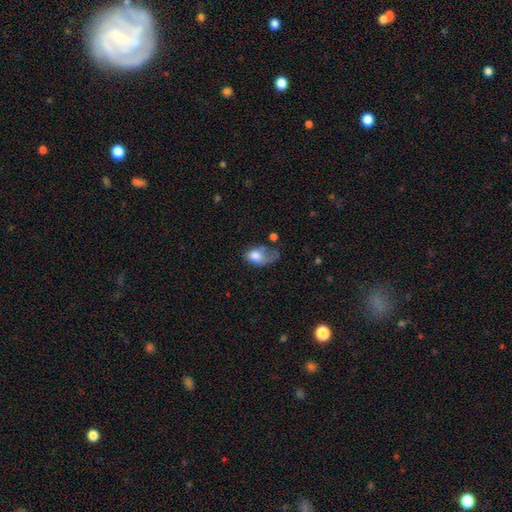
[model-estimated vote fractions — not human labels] The model was most divided on "merging": major disturbance: 51%, minor disturbance: 22%, none: 19%, merger: 9%. More confident: how rounded — in between (79%); smooth or featured — smooth (68%).